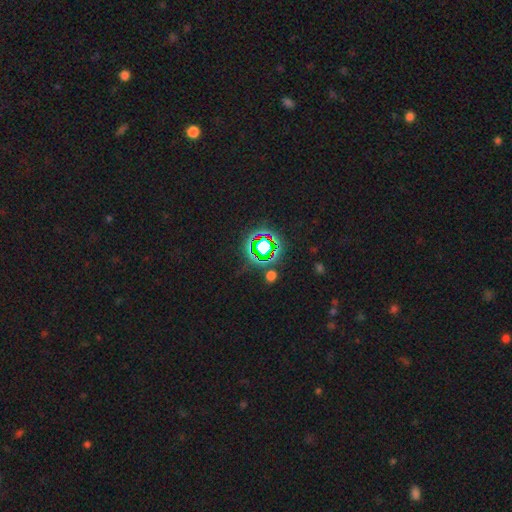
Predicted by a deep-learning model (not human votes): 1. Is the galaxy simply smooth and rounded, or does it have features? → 77% star or artifact, 15% smooth, 8% featured or disk.